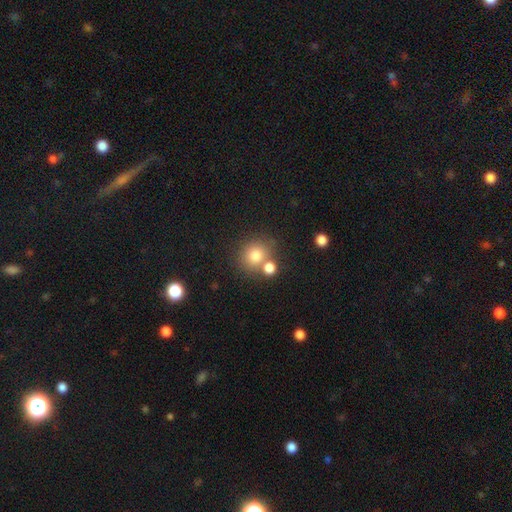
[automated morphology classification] Smooth or featured: smooth — 79% (star or artifact — 12%)
How rounded: round — 84% (in between — 15%)
Merging: none — 61% (merger — 26%)